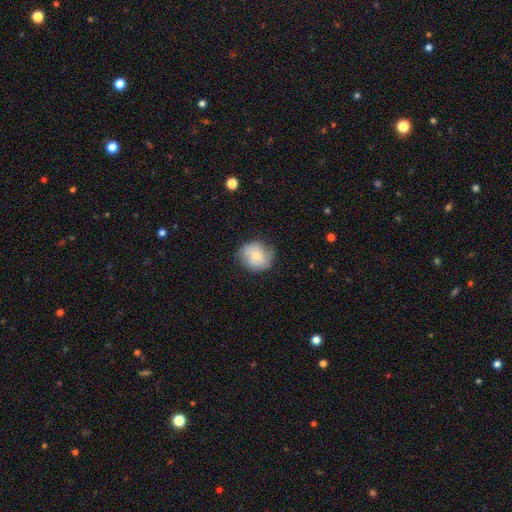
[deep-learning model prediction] Smooth or featured? Predicted: smooth (p=0.57). How rounded? Predicted: round (p=0.74). Merging? Predicted: none (p=0.71).